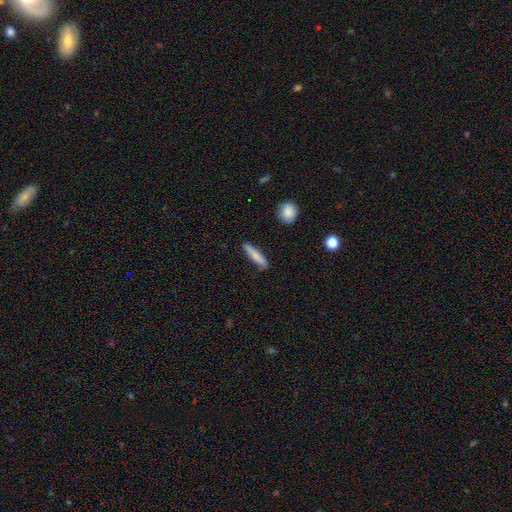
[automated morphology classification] A smooth galaxy with no disk features (79%) that is cigar-shaped (88%).

Vote fractions:
- Smooth or featured? smooth: 79% / featured or disk: 15% / star or artifact: 6%
- How rounded? cigar-shaped: 88% / in between: 11% / round: 2%
- Merging? none: 84% / minor disturbance: 12% / major disturbance: 2% / merger: 2%